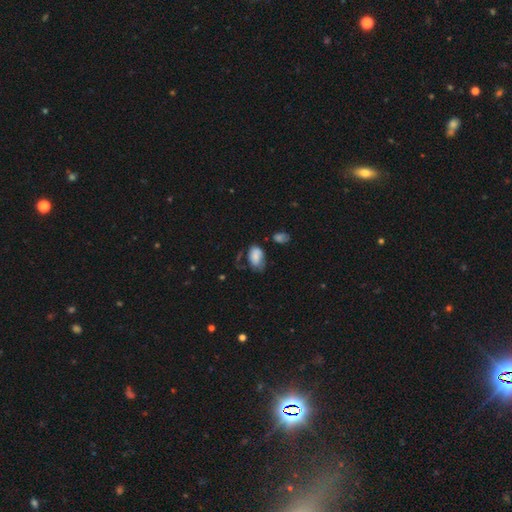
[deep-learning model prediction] This appears to be a smooth galaxy with no disk features (72%) that is in between round and cigar-shaped (90%). Merging: none (38%).